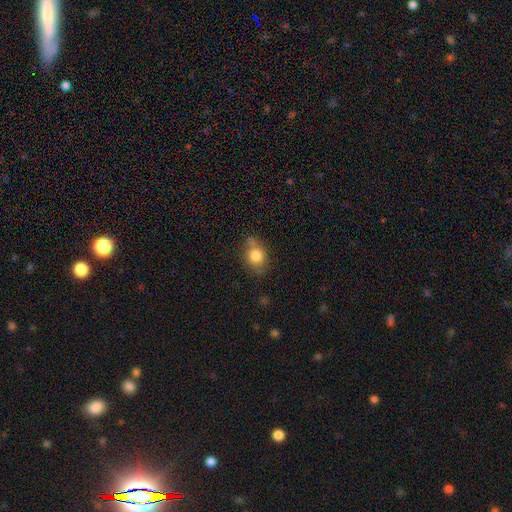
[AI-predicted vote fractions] smooth_or_featured: smooth (p=0.80) [alt: featured or disk p=0.11]
how_rounded: round (p=0.55) [alt: in between p=0.44]
merging: none (p=0.59) [alt: minor disturbance p=0.23]